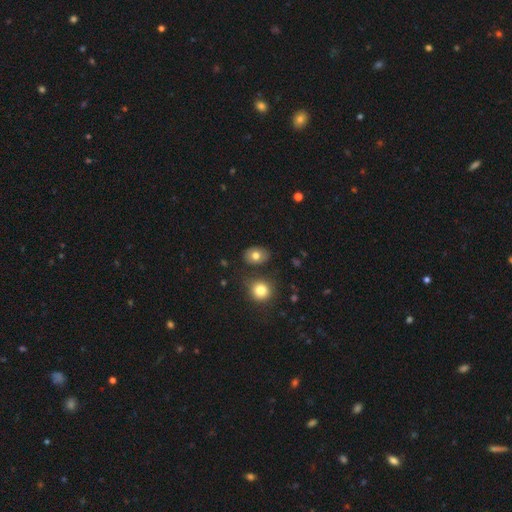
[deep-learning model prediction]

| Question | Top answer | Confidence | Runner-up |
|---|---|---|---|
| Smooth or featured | smooth | 75% | featured or disk (15%) |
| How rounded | in between | 65% | round (33%) |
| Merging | none | 78% | minor disturbance (12%) |